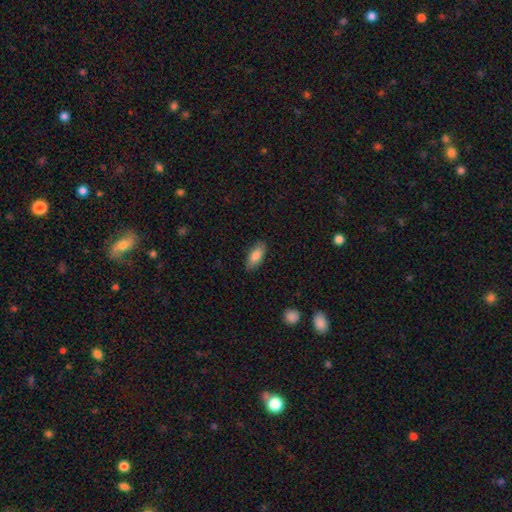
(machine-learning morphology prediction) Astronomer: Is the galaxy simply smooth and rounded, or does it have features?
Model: smooth — 81%.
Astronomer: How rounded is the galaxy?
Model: in between — 82%.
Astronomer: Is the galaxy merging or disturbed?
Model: none — 86%.